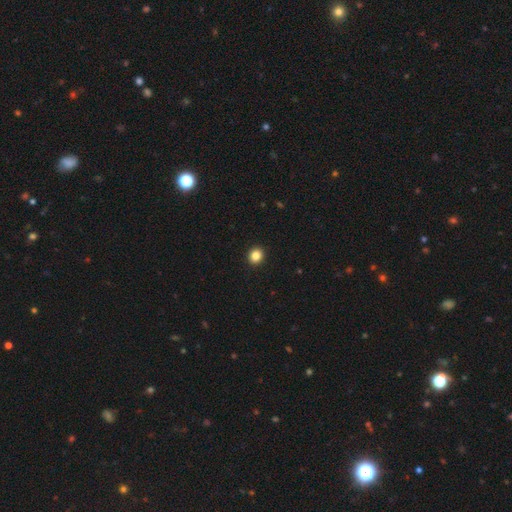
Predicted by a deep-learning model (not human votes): Smooth or featured? smooth (85%)
How rounded? round (83%)
Merging? none (94%)